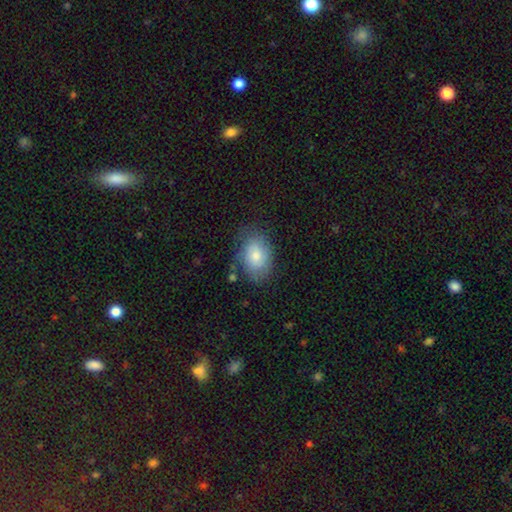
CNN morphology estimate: Q: Smooth or featured?
A: smooth (75%); runner-up: featured or disk (17%)
Q: How rounded?
A: in between (80%); runner-up: round (19%)
Q: Merging?
A: none (68%); runner-up: minor disturbance (22%)